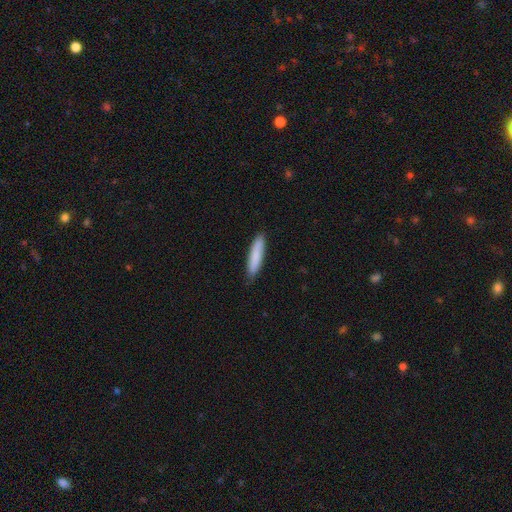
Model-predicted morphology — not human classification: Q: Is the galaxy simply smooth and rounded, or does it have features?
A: smooth — 84%.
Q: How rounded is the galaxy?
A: cigar-shaped — 85%.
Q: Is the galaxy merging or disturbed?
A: none — 86%.